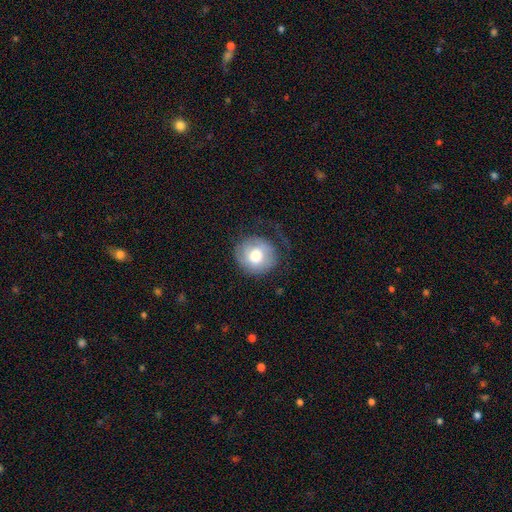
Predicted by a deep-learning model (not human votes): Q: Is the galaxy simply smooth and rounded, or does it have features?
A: smooth — 63%.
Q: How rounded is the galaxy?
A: round — 85%.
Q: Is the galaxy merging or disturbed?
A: none — 54%.